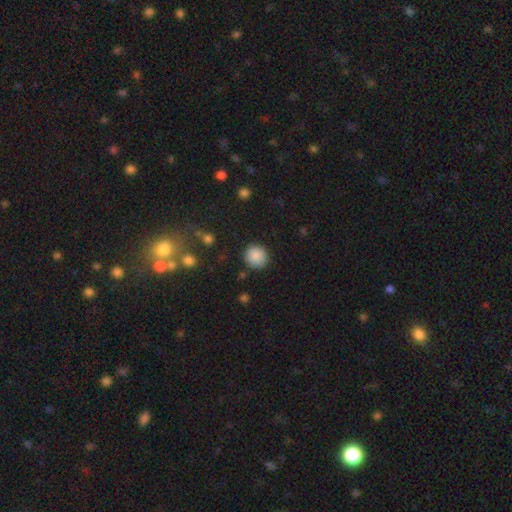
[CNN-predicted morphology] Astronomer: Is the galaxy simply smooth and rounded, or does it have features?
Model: smooth — 88%.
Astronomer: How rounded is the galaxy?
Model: round — 91%.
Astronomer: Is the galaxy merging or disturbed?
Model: none — 88%.